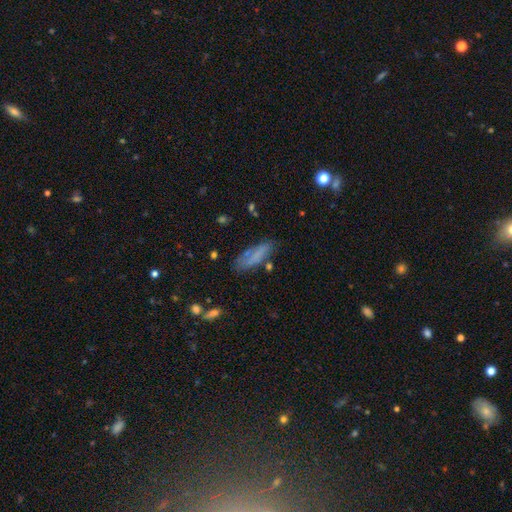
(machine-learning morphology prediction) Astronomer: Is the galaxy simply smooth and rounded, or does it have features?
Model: smooth — 70%.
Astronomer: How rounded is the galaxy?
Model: cigar-shaped — 55% (runner-up: in between, 43%).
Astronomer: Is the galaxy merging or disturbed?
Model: none — 64%.